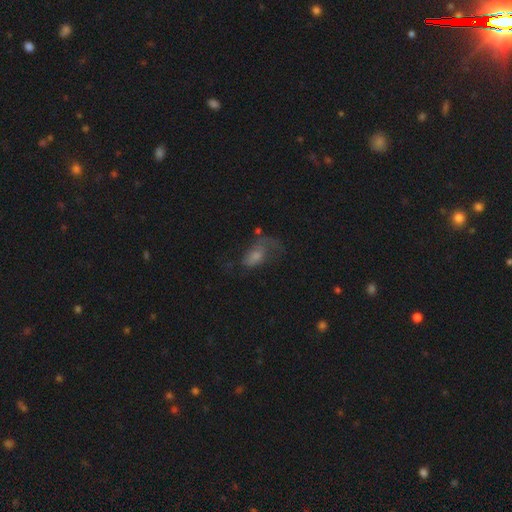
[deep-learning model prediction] Q: Smooth or featured?
A: featured or disk (42%); runner-up: smooth (39%)
Q: Merging?
A: none (41%); runner-up: major disturbance (33%)